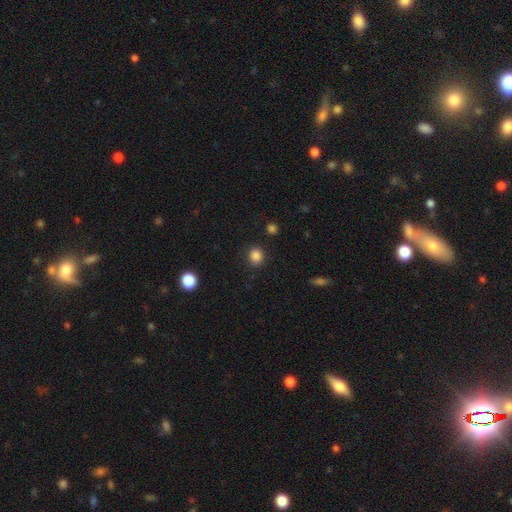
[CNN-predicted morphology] Smooth or featured? Predicted: smooth (p=0.85). How rounded? Predicted: round (p=0.84). Merging? Predicted: none (p=0.89).